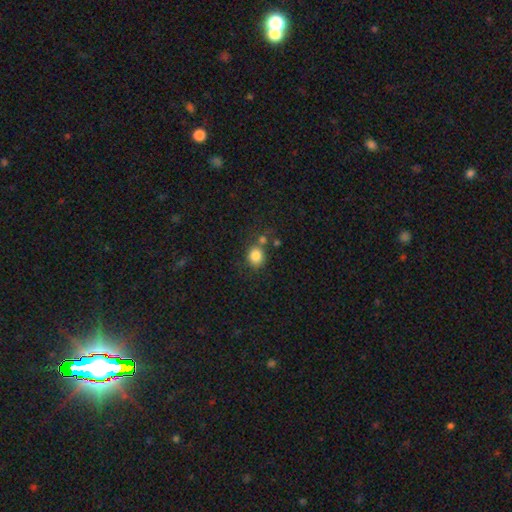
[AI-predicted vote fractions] smooth_or_featured: smooth (p=0.83) [alt: star or artifact p=0.11]
how_rounded: round (p=0.74) [alt: in between p=0.25]
merging: none (p=0.64) [alt: merger p=0.18]